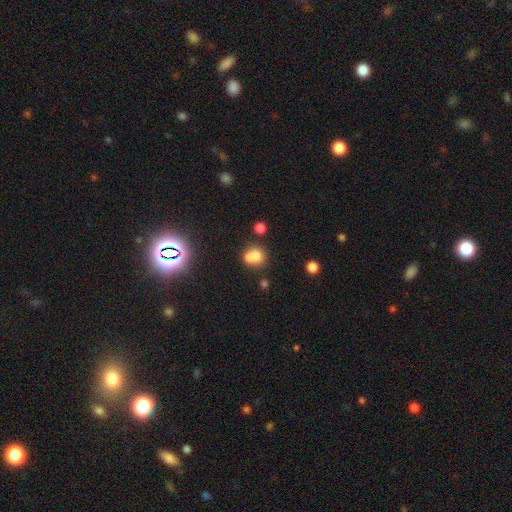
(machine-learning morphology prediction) type=smooth (68%); roundness=round (80%); merging=merger (53%).